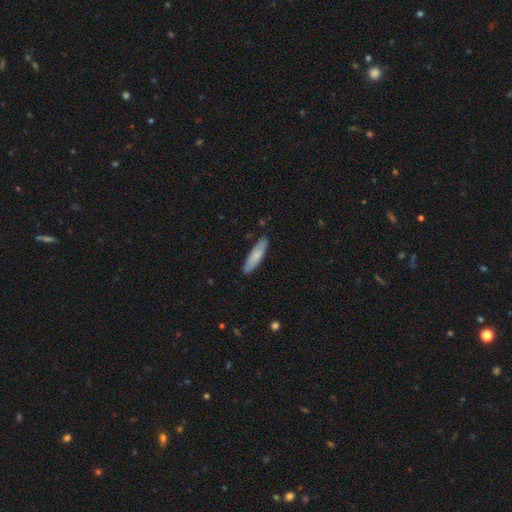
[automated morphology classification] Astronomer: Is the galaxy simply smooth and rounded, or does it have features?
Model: smooth — 78%.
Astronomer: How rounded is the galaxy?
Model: cigar-shaped — 72%.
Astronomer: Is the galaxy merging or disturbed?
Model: none — 88%.